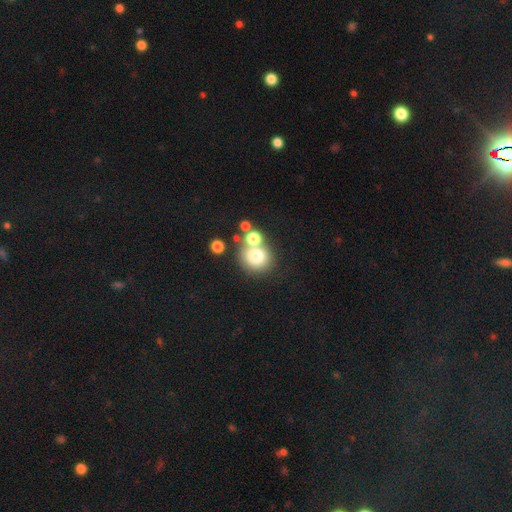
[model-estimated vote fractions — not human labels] The model was most divided on "merging": none: 53%, merger: 33%, minor disturbance: 9%, major disturbance: 5%. More confident: how rounded — round (83%); smooth or featured — smooth (75%).